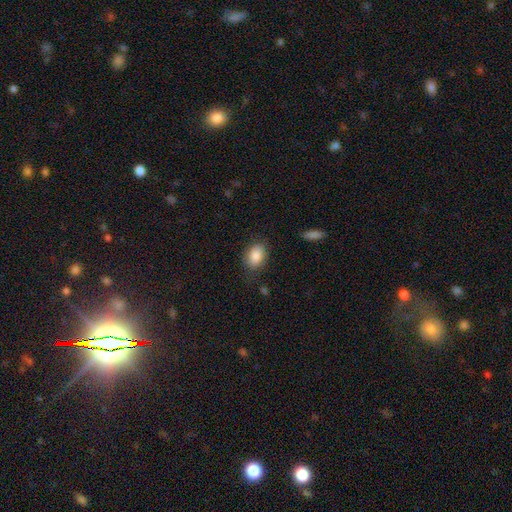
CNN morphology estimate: Q: Smooth or featured?
A: smooth (86%); runner-up: star or artifact (7%)
Q: How rounded?
A: in between (80%); runner-up: round (19%)
Q: Merging?
A: none (79%); runner-up: minor disturbance (16%)